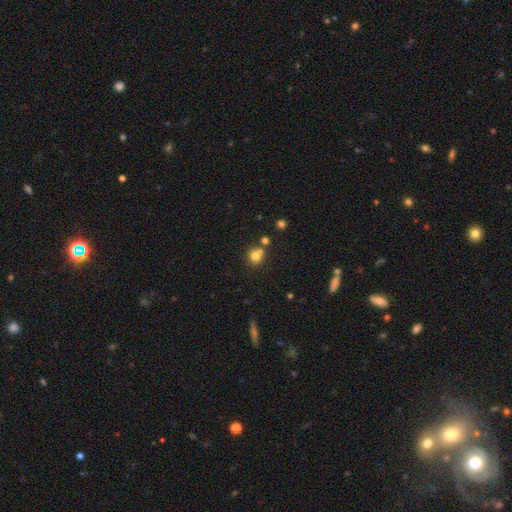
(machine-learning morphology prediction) Smooth or featured? Predicted: smooth (p=0.77). How rounded? Predicted: round (p=0.87). Merging? Predicted: none (p=0.60).